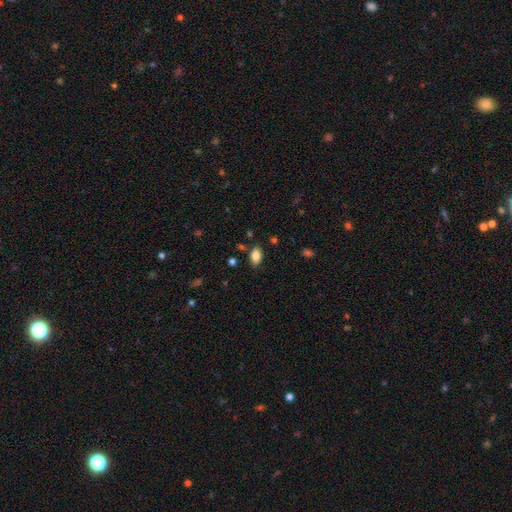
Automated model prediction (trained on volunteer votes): This is clearly a smooth galaxy (83%). How rounded: clearly in between (90%). Merging: clearly none (83%).